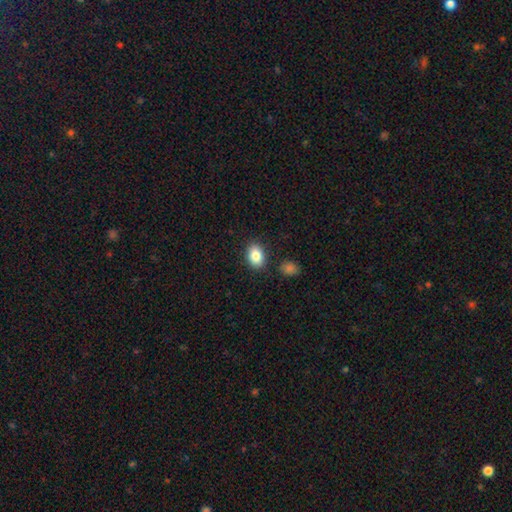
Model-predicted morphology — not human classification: Overall: smooth (86%). How rounded: in between (79%). Merging: none (84%).